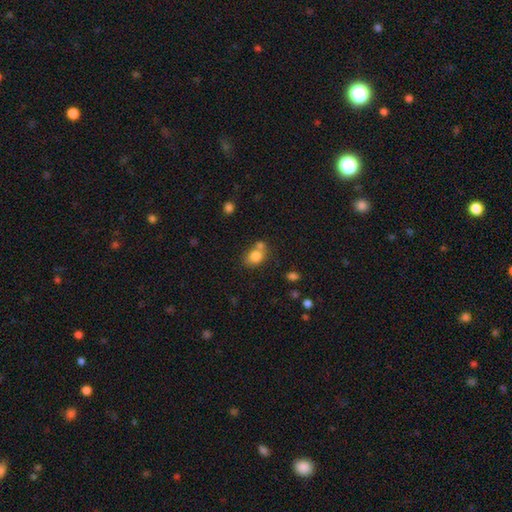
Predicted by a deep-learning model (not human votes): A smooth galaxy with no disk features (81%) that is in between round and cigar-shaped (54%). Merging: none (48%).